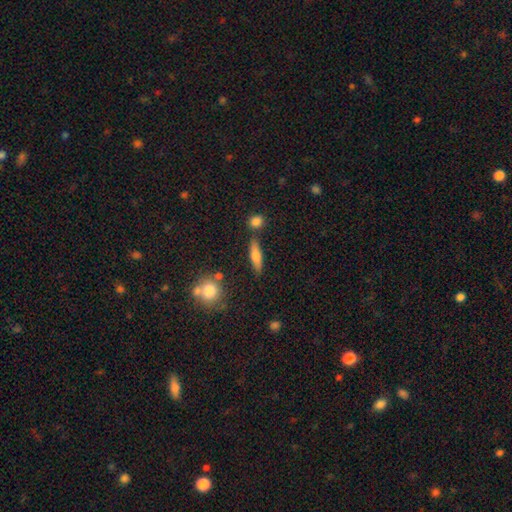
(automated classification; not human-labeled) smooth_or_featured: smooth (p=0.64) [alt: featured or disk p=0.28]
how_rounded: cigar-shaped (p=0.60) [alt: in between p=0.36]
merging: none (p=0.78) [alt: minor disturbance p=0.11]